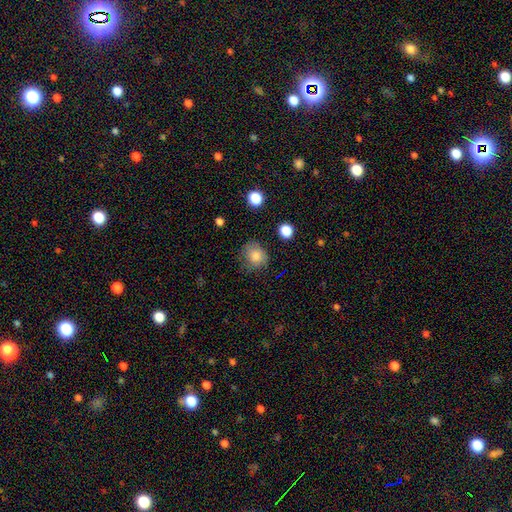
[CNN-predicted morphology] Smooth or featured? Predicted: smooth (p=0.80). How rounded? Predicted: round (p=0.75). Merging? Predicted: none (p=0.67).